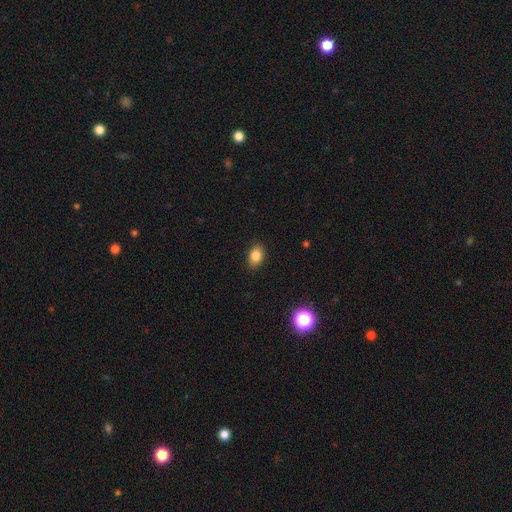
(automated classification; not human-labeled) Smooth or featured: smooth — 84% (star or artifact — 10%)
How rounded: in between — 82% (round — 17%)
Merging: none — 88% (minor disturbance — 9%)